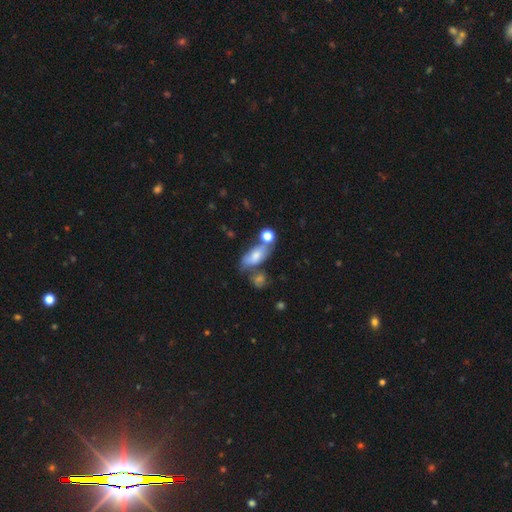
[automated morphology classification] Smooth or featured: smooth — 62% (featured or disk — 29%)
How rounded: in between — 80% (cigar-shaped — 12%)
Merging: none — 42% (merger — 28%)